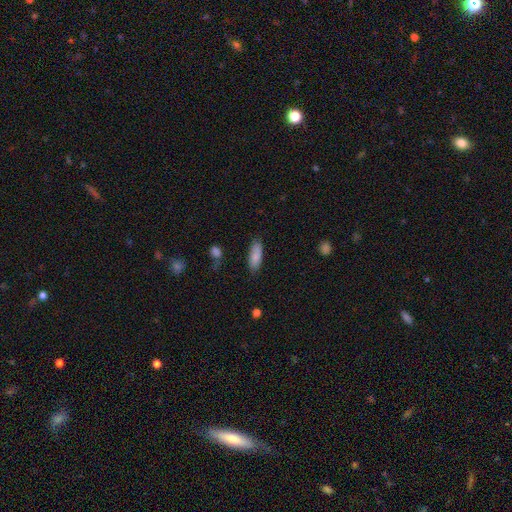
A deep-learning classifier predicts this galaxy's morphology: smooth 86%, featured or disk 7%, star or artifact 7%. Down the decision tree: how rounded — in between (59%); merging — none (82%).